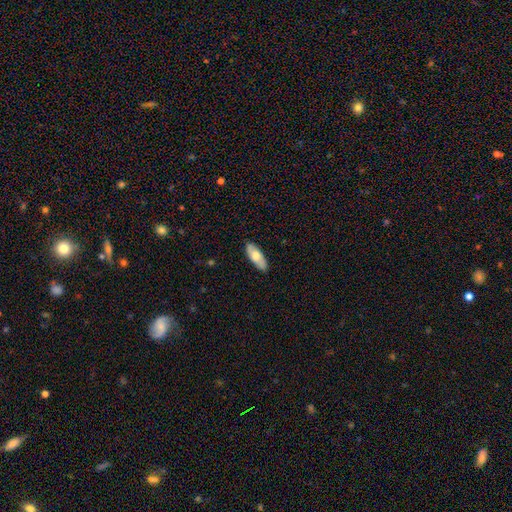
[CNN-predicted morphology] smooth-or-featured: smooth: 64% | featured or disk: 31% | star or artifact: 5%
  how-rounded: in between: 79% | cigar-shaped: 19% | round: 2%
  merging: none: 87% | minor disturbance: 10% | major disturbance: 2% | merger: 1%